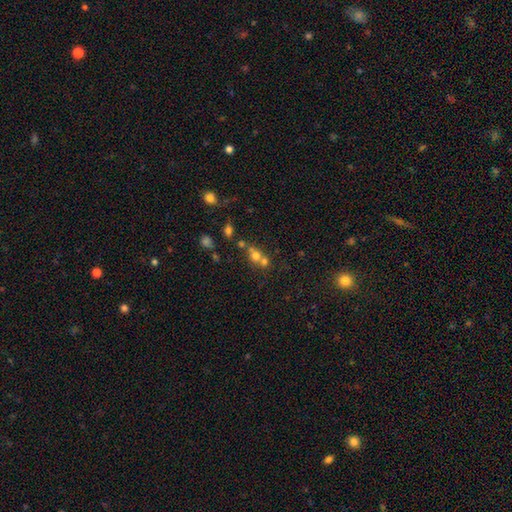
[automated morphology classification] Overall: smooth (64%). How rounded: round (76%). Merging: merger (55%; none 34%).